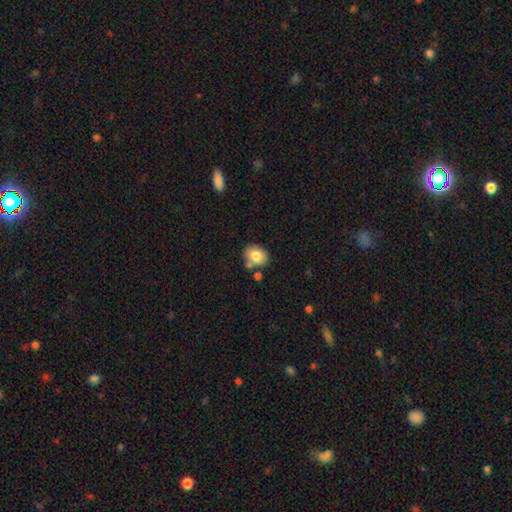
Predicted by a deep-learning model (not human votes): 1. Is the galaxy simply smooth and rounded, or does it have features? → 80% smooth, 12% featured or disk, 8% star or artifact.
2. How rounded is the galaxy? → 58% in between, 41% round, 1% cigar-shaped.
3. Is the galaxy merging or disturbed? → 67% none, 15% minor disturbance, 15% merger, 4% major disturbance.